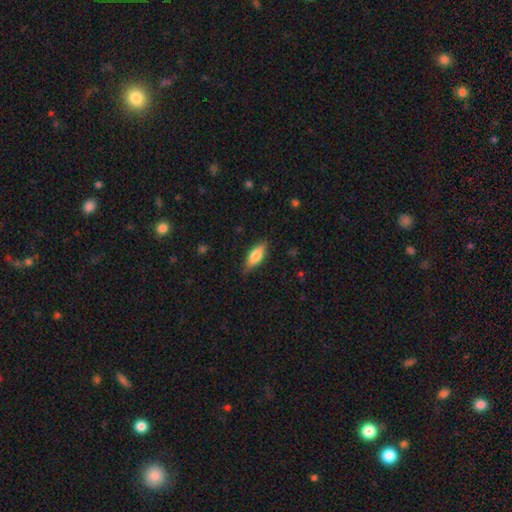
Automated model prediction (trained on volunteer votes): Smooth or featured? Predicted: smooth (p=0.77). How rounded? Predicted: in between (p=0.74). Merging? Predicted: none (p=0.82).